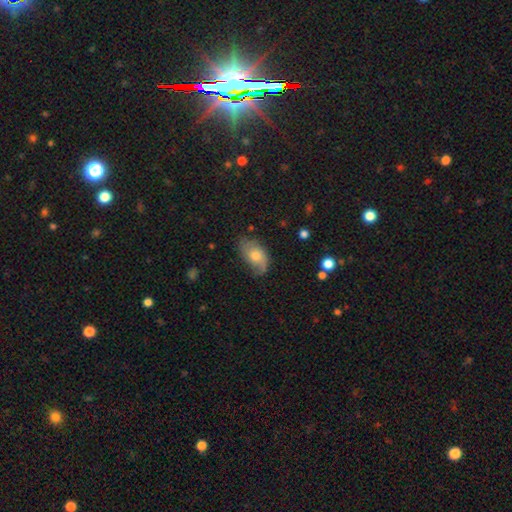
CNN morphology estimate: smooth-or-featured: smooth: 47% | featured or disk: 45% | star or artifact: 8%
  merging: none: 60% | minor disturbance: 27% | major disturbance: 11% | merger: 2%